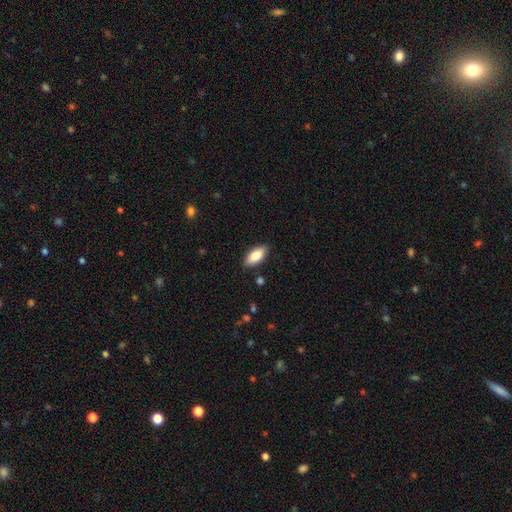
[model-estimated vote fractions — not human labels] Morphology: type=smooth (83%); roundness=in between (87%); merging=none (85%).